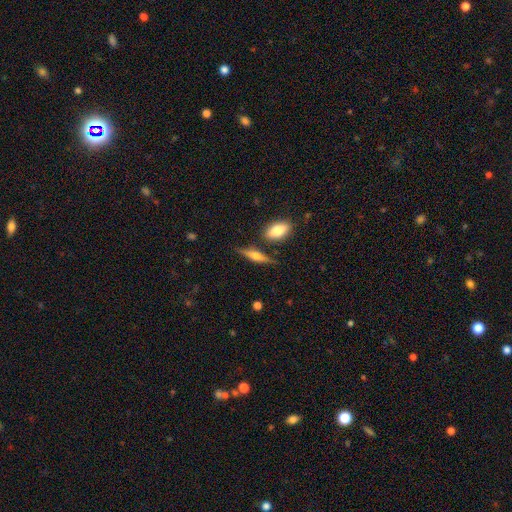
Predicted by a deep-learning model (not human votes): This appears to be a featured or disk galaxy (52%) viewed edge-on (94%). Merging: none (77%).